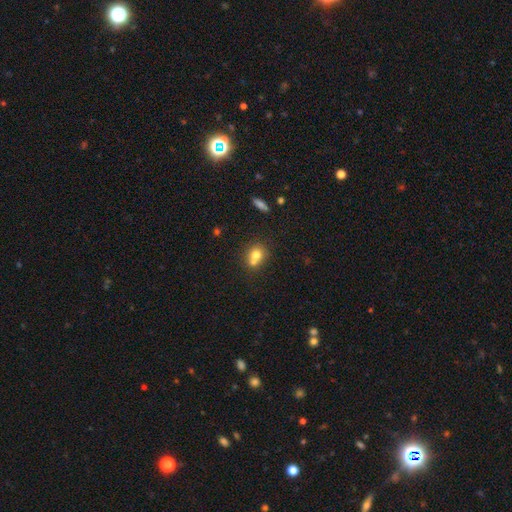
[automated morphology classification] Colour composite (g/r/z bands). It shows a smooth galaxy with no disk features (73%) that is round (70%). Merging: merger (51%).